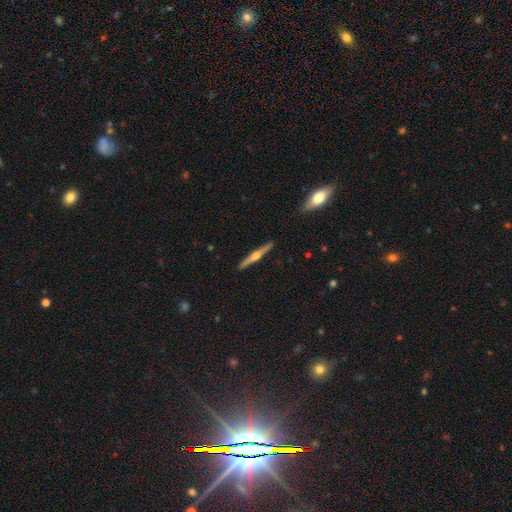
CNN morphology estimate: smooth_or_featured: featured or disk (p=0.70) [alt: smooth p=0.24]
disk_edge_on: yes (p=0.98) [alt: no p=0.02]
edge_on_bulge: rounded (p=0.92) [alt: none p=0.05]
merging: none (p=0.92) [alt: minor disturbance p=0.06]